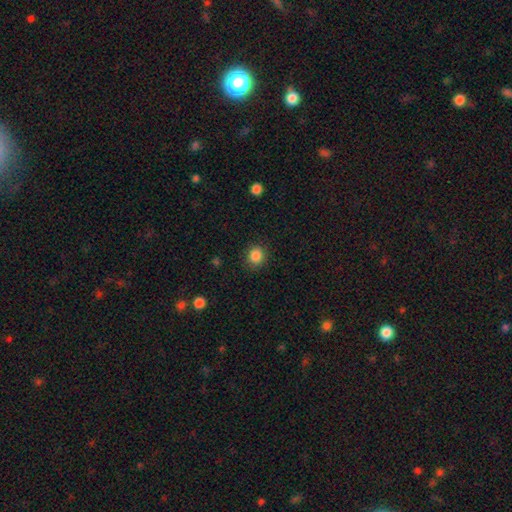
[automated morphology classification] This appears to be a smooth galaxy with no disk features (86%) that is round (81%). Merging: none (88%).